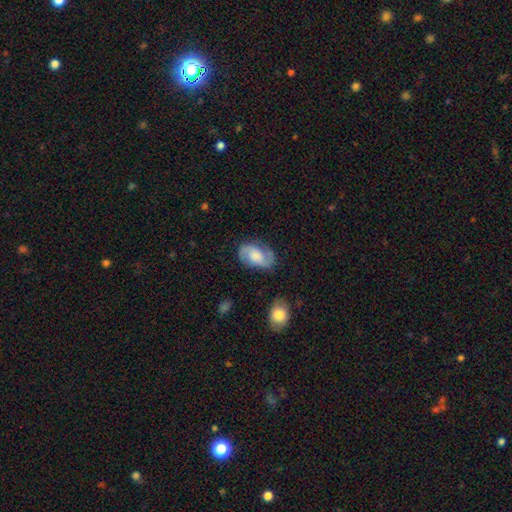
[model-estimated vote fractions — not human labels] Smooth or featured?
  - featured or disk: 66% *
  - smooth: 27%
  - star or artifact: 7%
Edge-on disk?
  - no: 97% *
  - yes: 3%
Bar?
  - no: 57% *
  - weak: 36%
  - strong: 7%
Spiral arms?
  - yes: 92% *
  - no: 8%
Spiral winding?
  - medium: 50% *
  - tight: 26%
  - loose: 24%
Spiral arm count?
  - 2: 88% *
  - can't tell: 6%
  - 1: 3%
  - 3: 1%
  - 4: 1%
  - more than 4: 1%
Bulge size?
  - moderate: 34% *
  - large: 28%
  - small: 17%
  - none: 16%
  - dominant: 4%
Merging?
  - none: 74% *
  - minor disturbance: 18%
  - major disturbance: 6%
  - merger: 2%